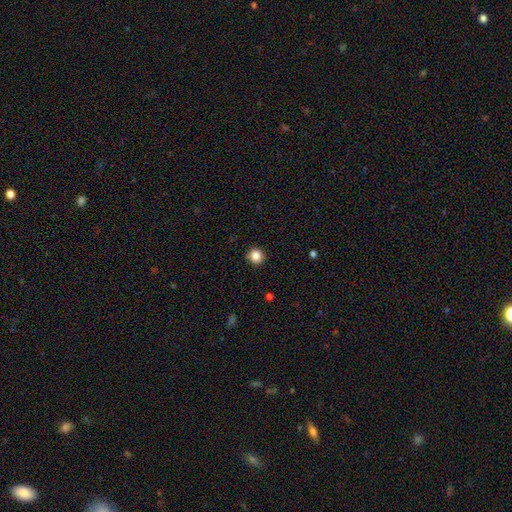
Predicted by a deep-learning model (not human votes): smooth 85%, star or artifact 11%, featured or disk 4%. Down the decision tree: how rounded — round (92%); merging — none (90%).